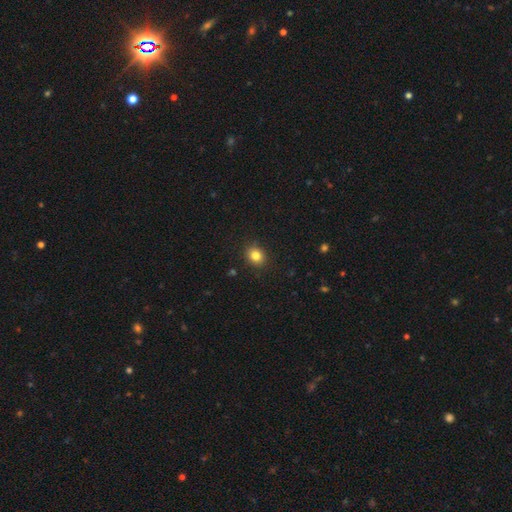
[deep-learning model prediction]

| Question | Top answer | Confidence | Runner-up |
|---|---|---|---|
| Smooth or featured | smooth | 83% | star or artifact (11%) |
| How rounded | round | 65% | in between (34%) |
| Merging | none | 89% | minor disturbance (8%) |